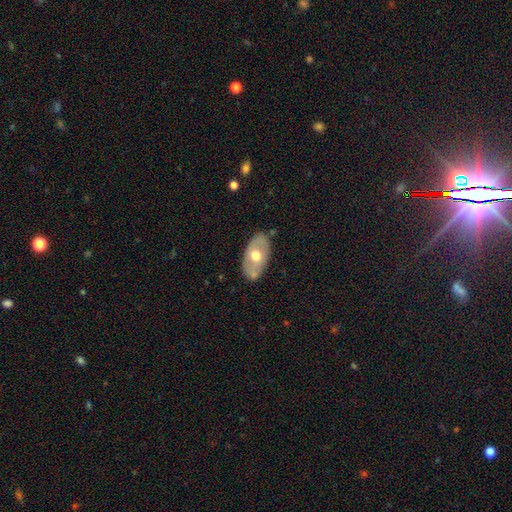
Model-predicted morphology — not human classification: smooth_or_featured: smooth (p=0.49) [alt: featured or disk p=0.46]
merging: none (p=0.75) [alt: minor disturbance p=0.16]